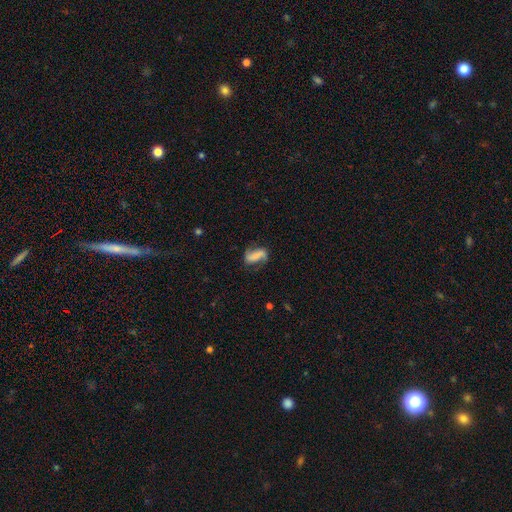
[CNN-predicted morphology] Smooth or featured?
  - featured or disk: 55% *
  - smooth: 36%
  - star or artifact: 9%
Edge-on disk?
  - no: 94% *
  - yes: 6%
Bar?
  - strong: 37% *
  - no: 35%
  - weak: 28%
Spiral arms?
  - yes: 86% *
  - no: 14%
Bulge size?
  - none: 51% *
  - small: 26%
  - moderate: 13%
  - large: 7%
  - dominant: 3%
Merging?
  - none: 62% *
  - minor disturbance: 23%
  - major disturbance: 13%
  - merger: 3%